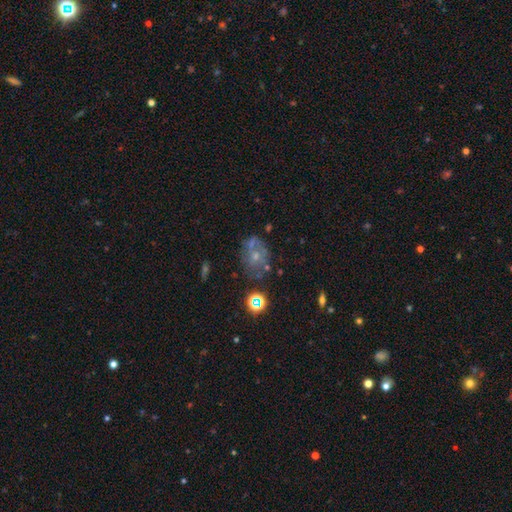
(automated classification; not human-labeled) A featured or disk galaxy (45%). Merging: none (49%).